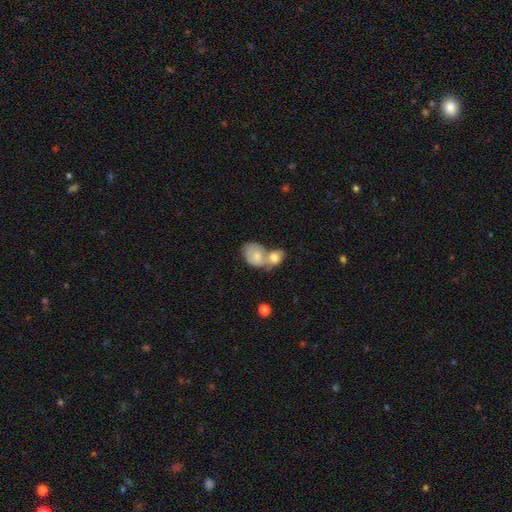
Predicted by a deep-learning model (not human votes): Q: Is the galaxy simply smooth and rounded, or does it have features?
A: smooth — 70%.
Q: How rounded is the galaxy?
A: in between — 73%.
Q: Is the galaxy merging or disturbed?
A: merger — 73%.